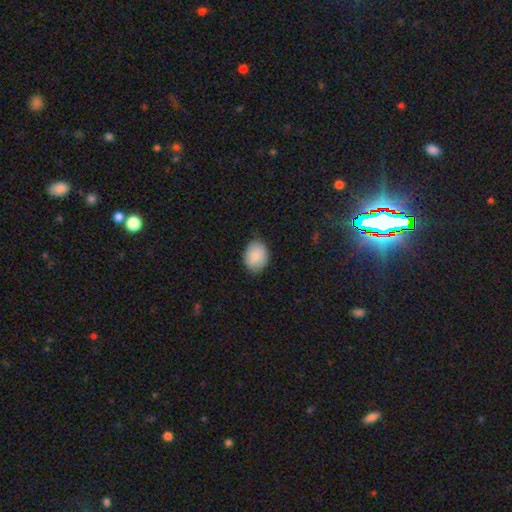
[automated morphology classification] The model was most divided on "how rounded": in between: 63%, round: 36%, cigar-shaped: 1%. More confident: smooth or featured — smooth (88%); merging — none (83%).